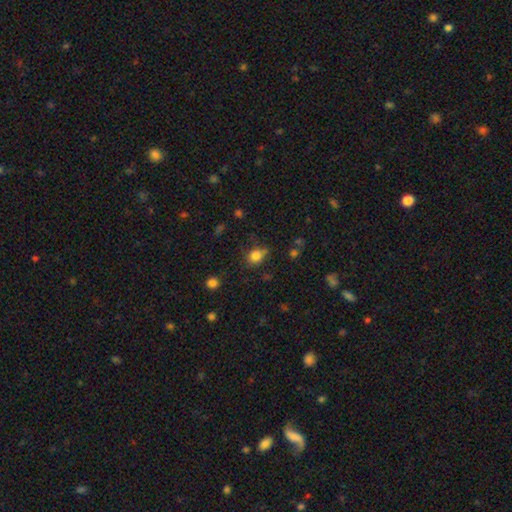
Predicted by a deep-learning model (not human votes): smooth-or-featured: smooth: 81% | star or artifact: 13% | featured or disk: 6%
  how-rounded: round: 70% | in between: 29% | cigar-shaped: 1%
  merging: none: 69% | minor disturbance: 18% | merger: 7% | major disturbance: 5%